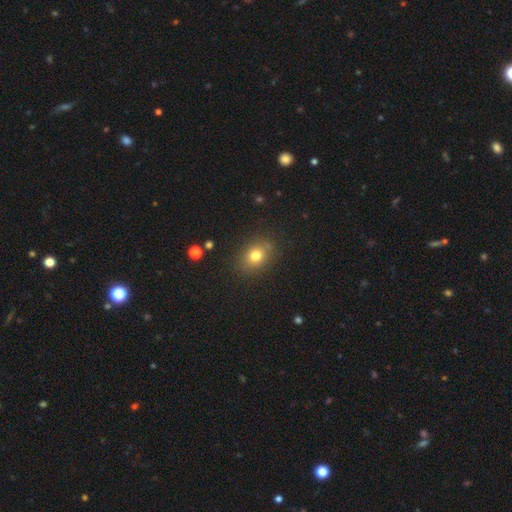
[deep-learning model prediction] A smooth galaxy with no disk features (77%) that is round (54%). Merging: none (82%).